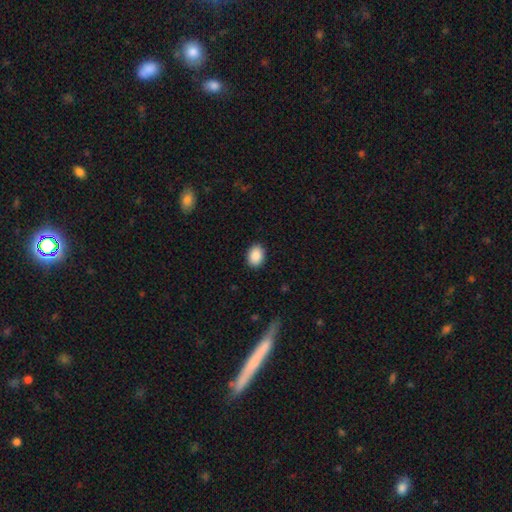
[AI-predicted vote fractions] Q: Smooth or featured?
A: smooth (89%); runner-up: star or artifact (7%)
Q: How rounded?
A: in between (65%); runner-up: round (34%)
Q: Merging?
A: none (90%); runner-up: minor disturbance (7%)